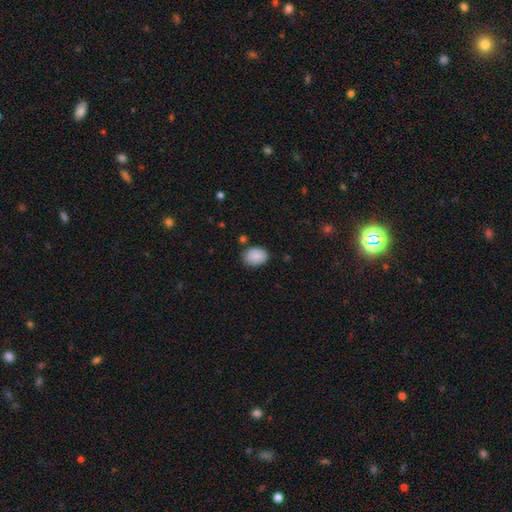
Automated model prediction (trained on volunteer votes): Smooth or featured?
  - smooth: 87% *
  - star or artifact: 7%
  - featured or disk: 6%
How rounded?
  - in between: 70% *
  - round: 29%
  - cigar-shaped: 1%
Merging?
  - none: 78% *
  - minor disturbance: 16%
  - major disturbance: 3%
  - merger: 3%